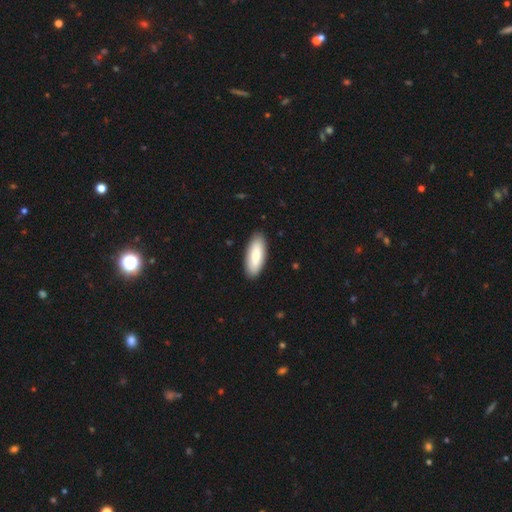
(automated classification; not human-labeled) A smooth galaxy with no disk features (77%) that is in between round and cigar-shaped (78%).

Vote fractions:
- Smooth or featured? smooth: 77% / featured or disk: 18% / star or artifact: 5%
- How rounded? in between: 78% / cigar-shaped: 20% / round: 2%
- Merging? none: 89% / minor disturbance: 8% / major disturbance: 2% / merger: 1%